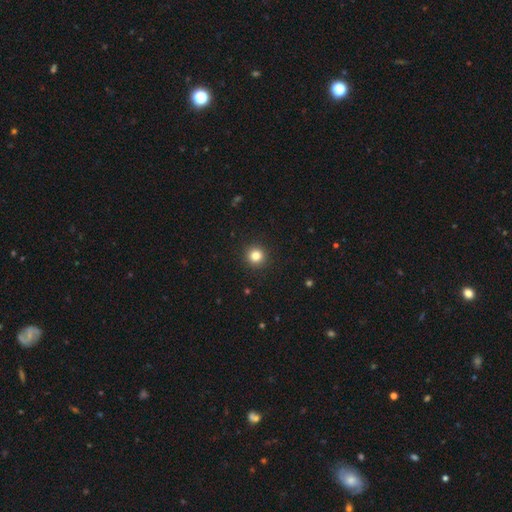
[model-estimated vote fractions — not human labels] A smooth galaxy with no disk features (83%) that is round (95%). Merging: none (93%).